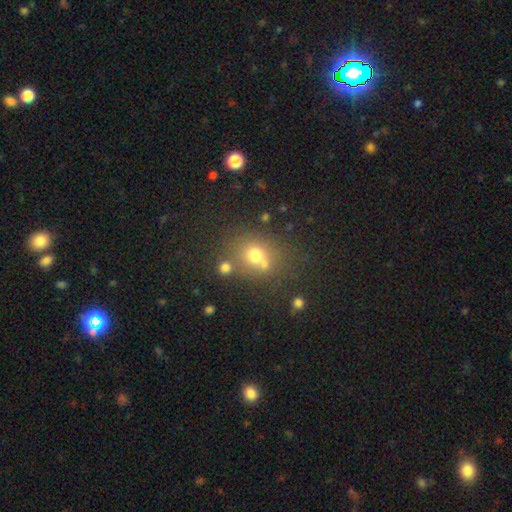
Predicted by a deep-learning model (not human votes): smooth_or_featured: smooth (p=0.68) [alt: star or artifact p=0.19]
how_rounded: round (p=0.73) [alt: in between p=0.26]
merging: none (p=0.60) [alt: merger p=0.23]